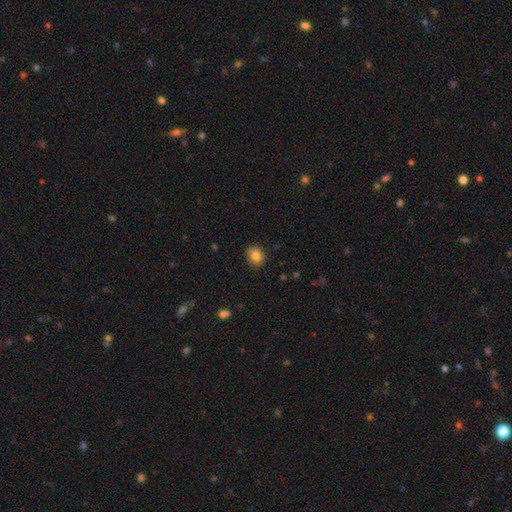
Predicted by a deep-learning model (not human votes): Smooth or featured? Predicted: smooth (p=0.83). How rounded? Predicted: round (p=0.69). Merging? Predicted: none (p=0.83).